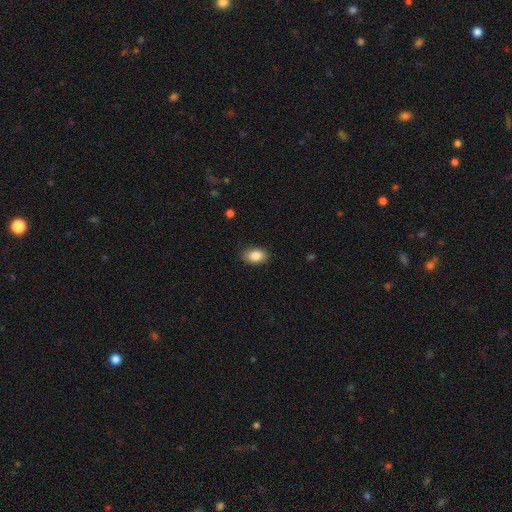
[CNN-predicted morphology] smooth_or_featured: smooth (p=0.87) [alt: star or artifact p=0.07]
how_rounded: in between (p=0.88) [alt: round p=0.11]
merging: none (p=0.85) [alt: minor disturbance p=0.11]